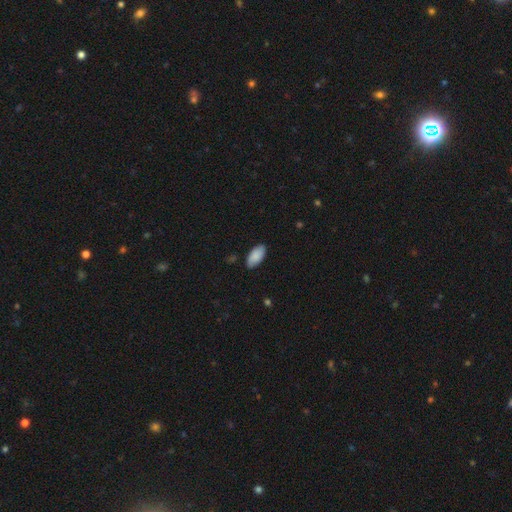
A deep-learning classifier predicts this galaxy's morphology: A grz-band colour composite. It shows a smooth galaxy with no disk features (85%) that is in between round and cigar-shaped (93%). Merging: none (84%).